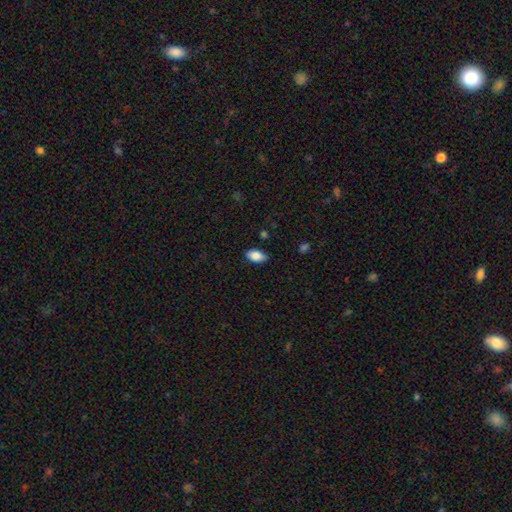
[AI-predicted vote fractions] A smooth galaxy with no disk features (86%) that is in between round and cigar-shaped (93%).

Vote fractions:
- Smooth or featured? smooth: 86% / featured or disk: 7% / star or artifact: 7%
- How rounded? in between: 93% / cigar-shaped: 4% / round: 3%
- Merging? none: 84% / minor disturbance: 12% / major disturbance: 2% / merger: 1%